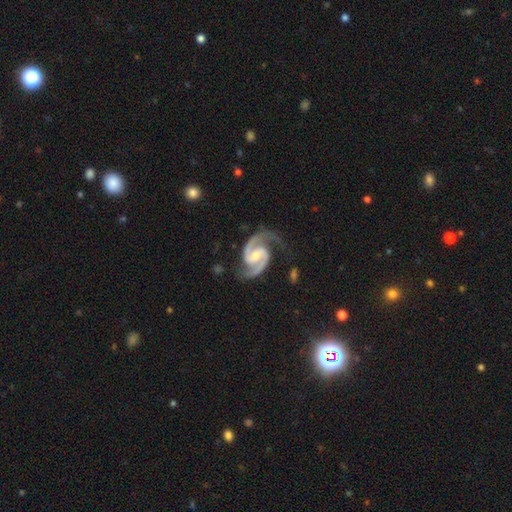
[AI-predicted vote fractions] Smooth or featured?
  - featured or disk: 94% *
  - star or artifact: 3%
  - smooth: 2%
Edge-on disk?
  - no: 98% *
  - yes: 2%
Bar?
  - weak: 47% *
  - no: 34%
  - strong: 19%
Spiral arms?
  - yes: 99% *
  - no: 1%
Spiral winding?
  - medium: 62% *
  - tight: 25%
  - loose: 12%
Spiral arm count?
  - 2: 94% *
  - 3: 1%
  - can't tell: 1%
  - 1: 1%
  - 4: 1%
  - more than 4: 1%
Bulge size?
  - moderate: 49% *
  - small: 42%
  - none: 5%
  - large: 3%
  - dominant: 1%
Merging?
  - none: 75% *
  - minor disturbance: 17%
  - major disturbance: 7%
  - merger: 2%